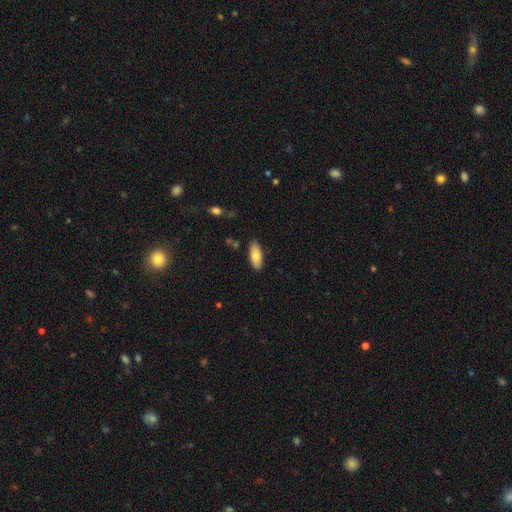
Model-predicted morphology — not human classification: A smooth galaxy with no disk features (78%) that is in between round and cigar-shaped (82%).

Vote fractions:
- Smooth or featured? smooth: 78% / featured or disk: 16% / star or artifact: 6%
- How rounded? in between: 82% / cigar-shaped: 16% / round: 2%
- Merging? none: 87% / minor disturbance: 9% / major disturbance: 2% / merger: 2%